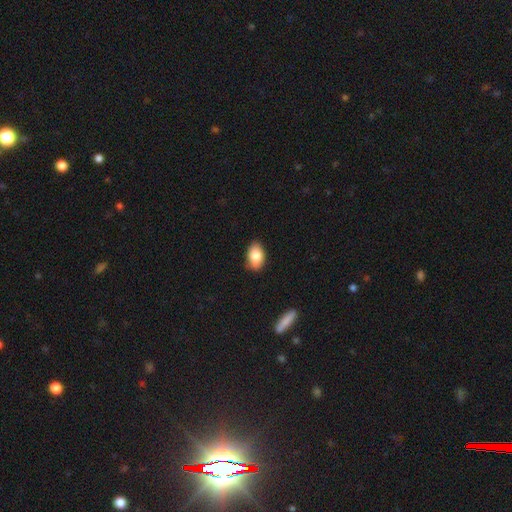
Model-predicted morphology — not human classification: Q: Smooth or featured?
A: smooth (83%); runner-up: featured or disk (9%)
Q: How rounded?
A: in between (89%); runner-up: round (9%)
Q: Merging?
A: none (84%); runner-up: minor disturbance (13%)